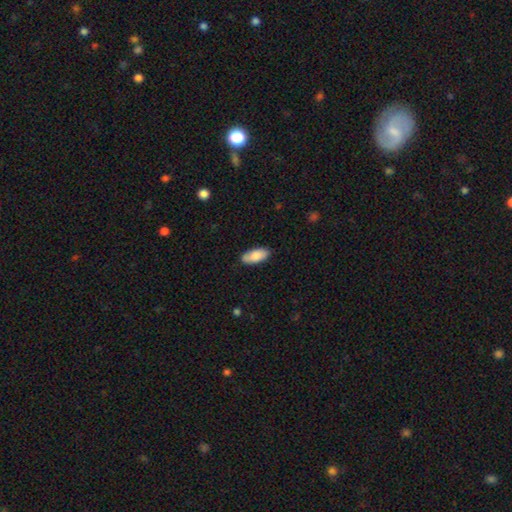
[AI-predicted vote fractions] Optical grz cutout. It shows a smooth galaxy with no disk features (82%) that is in between round and cigar-shaped (89%). Merging: none (85%).